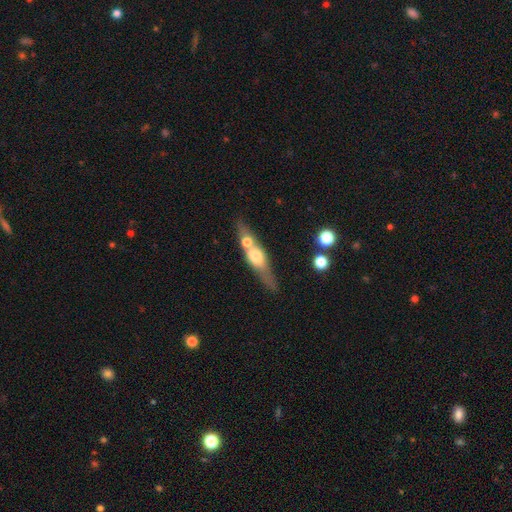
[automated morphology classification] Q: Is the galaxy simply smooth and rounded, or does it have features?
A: featured or disk — 55%.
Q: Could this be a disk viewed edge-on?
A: yes — 81%.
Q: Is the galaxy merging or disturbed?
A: none — 48%.